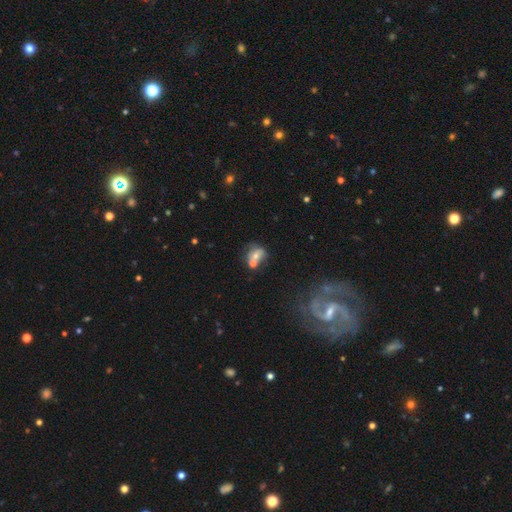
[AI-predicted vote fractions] Smooth or featured? smooth (50%)
Merging? merger (45%)